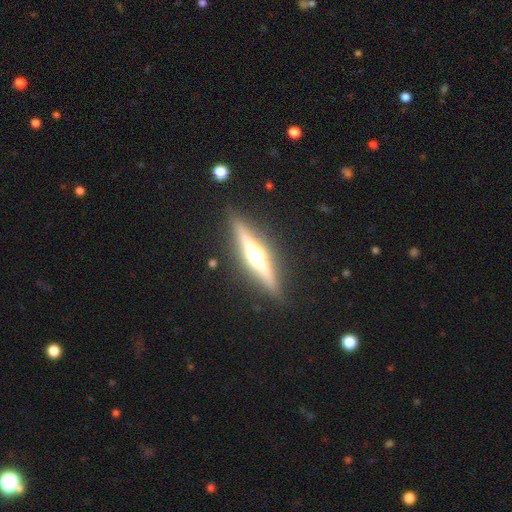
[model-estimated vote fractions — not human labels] featured or disk 77%, smooth 17%, star or artifact 6%. Down the decision tree: edge-on disk — yes (97%); edge-on bulge — rounded (95%); merging — none (89%).